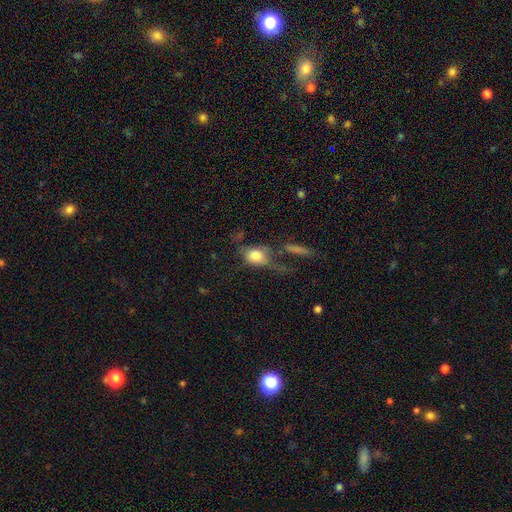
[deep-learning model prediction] Smooth or featured? smooth (71%)
How rounded? in between (60%)
Merging? major disturbance (38%)